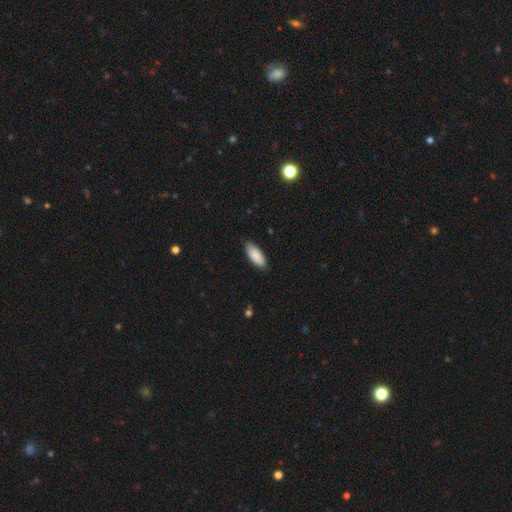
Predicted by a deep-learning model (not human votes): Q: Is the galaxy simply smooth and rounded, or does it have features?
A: smooth — 88%.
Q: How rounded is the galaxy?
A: in between — 80%.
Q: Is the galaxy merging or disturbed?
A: none — 82%.